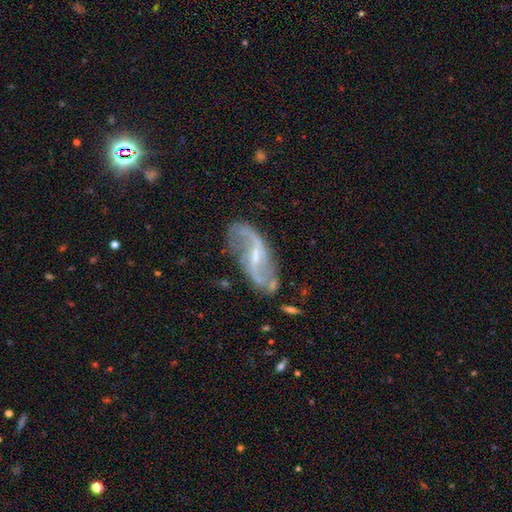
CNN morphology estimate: A featured or disk galaxy (87%) with a weak bar (48%), 2 (89%) loose (70%) spiral arms (94%) and a small central bulge (68%). Merging: none (65%).